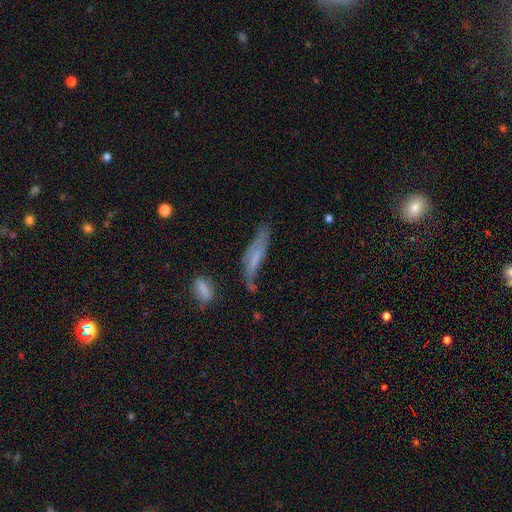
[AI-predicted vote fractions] smooth-or-featured: smooth: 45% (tied) | featured or disk: 45% (tied) | star or artifact: 10%
  merging: none: 40% | minor disturbance: 30% | major disturbance: 23% | merger: 7%